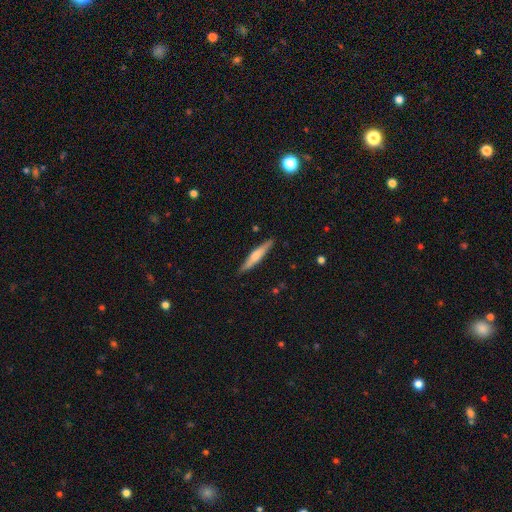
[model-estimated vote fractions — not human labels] smooth-or-featured: smooth: 48% | featured or disk: 46% | star or artifact: 6%
  merging: none: 88% | minor disturbance: 9% | major disturbance: 2% | merger: 1%